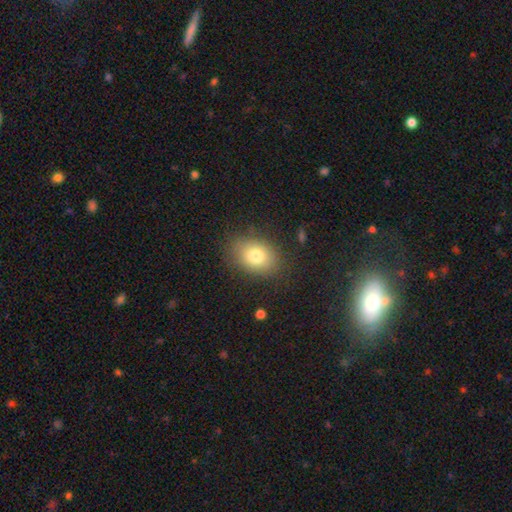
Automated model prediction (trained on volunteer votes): smooth_or_featured: smooth (p=0.78) [alt: featured or disk p=0.12]
how_rounded: in between (p=0.65) [alt: round p=0.34]
merging: none (p=0.82) [alt: minor disturbance p=0.12]